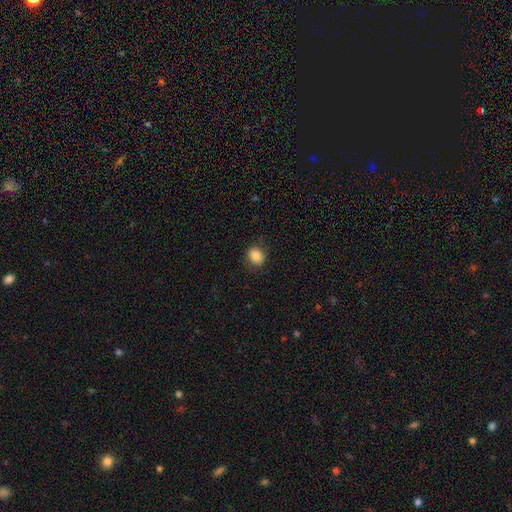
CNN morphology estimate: Smooth or featured? smooth (83%)
How rounded? round (66%)
Merging? none (85%)